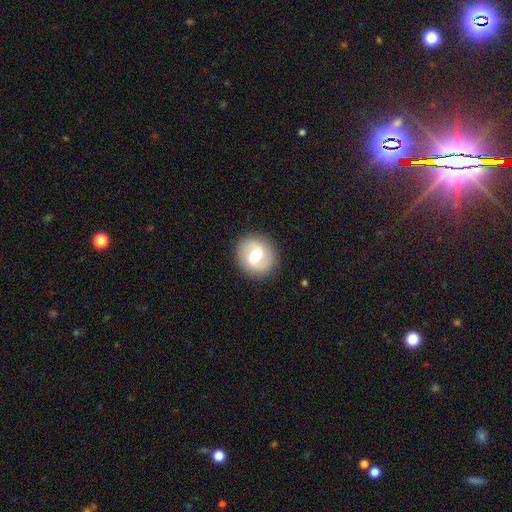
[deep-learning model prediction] Smooth or featured? featured or disk (56%)
Edge-on disk? no (97%)
Bar? weak (53%)
Spiral arms? yes (71%)
Bulge size? moderate (70%)
Merging? none (89%)